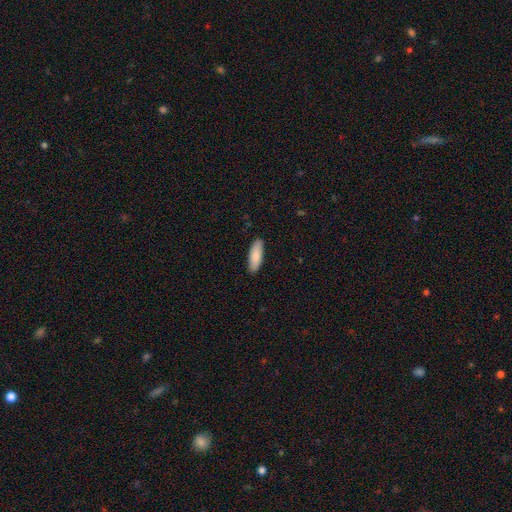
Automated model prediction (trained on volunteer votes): Smooth or featured: smooth — 87% (featured or disk — 8%)
How rounded: in between — 60% (cigar-shaped — 39%)
Merging: none — 88% (minor disturbance — 9%)